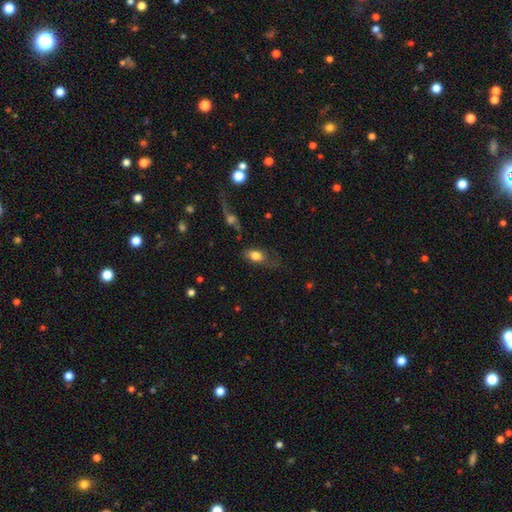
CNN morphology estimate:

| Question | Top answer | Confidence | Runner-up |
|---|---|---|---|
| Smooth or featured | smooth | 76% | featured or disk (17%) |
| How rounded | in between | 87% | round (9%) |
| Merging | none | 47% | minor disturbance (26%) |